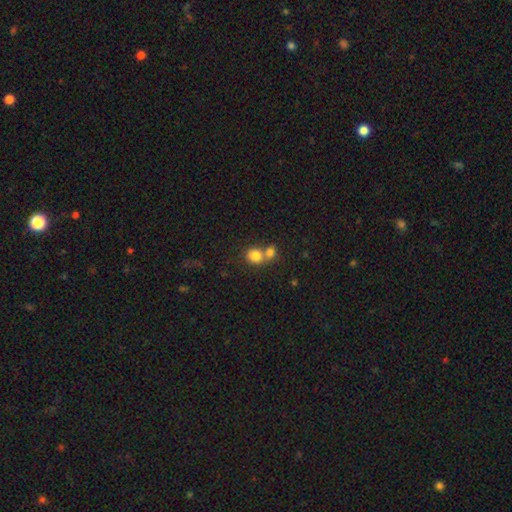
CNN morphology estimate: This appears to be a smooth galaxy with no disk features (81%) that is round (74%). Merging: merger (53%).